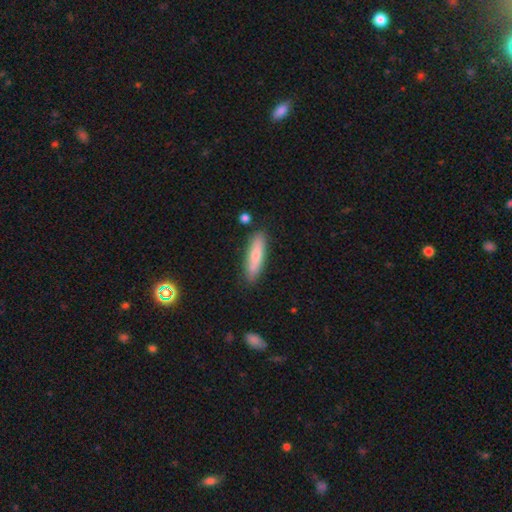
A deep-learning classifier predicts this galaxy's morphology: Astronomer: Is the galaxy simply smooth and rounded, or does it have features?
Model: smooth — 71%.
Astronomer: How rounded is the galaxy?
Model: cigar-shaped — 71%.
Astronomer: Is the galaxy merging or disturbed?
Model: none — 82%.